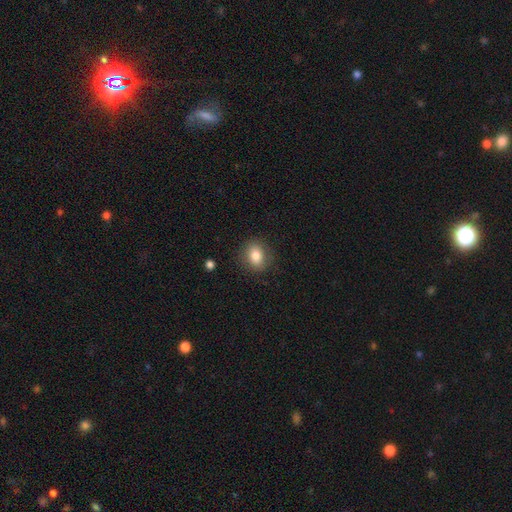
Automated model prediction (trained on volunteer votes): This appears to be a smooth galaxy with no disk features (81%) that is round (52%). Merging: none (85%).